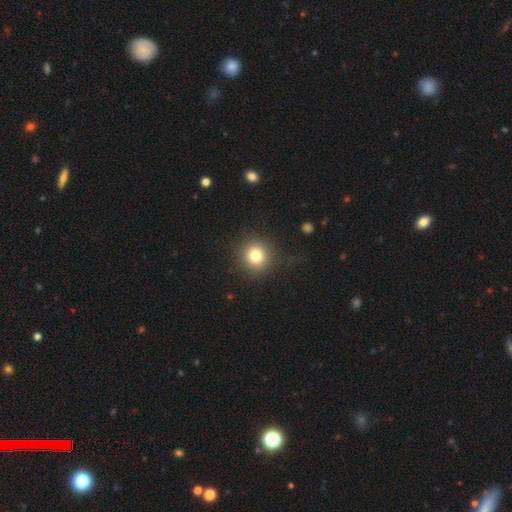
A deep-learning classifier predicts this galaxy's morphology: Smooth or featured?
  - smooth: 80% *
  - star or artifact: 12%
  - featured or disk: 8%
How rounded?
  - round: 91% *
  - in between: 8%
  - cigar-shaped: 1%
Merging?
  - none: 87% *
  - minor disturbance: 8%
  - major disturbance: 4%
  - merger: 1%